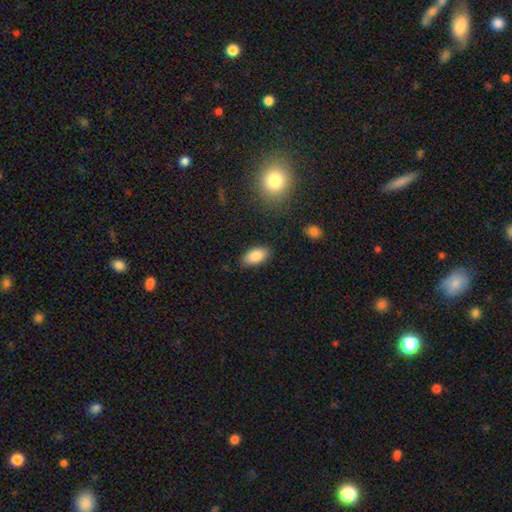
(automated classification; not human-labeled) Smooth or featured?
  - smooth: 86% *
  - star or artifact: 8%
  - featured or disk: 6%
How rounded?
  - in between: 93% *
  - round: 4%
  - cigar-shaped: 3%
Merging?
  - none: 85% *
  - minor disturbance: 11%
  - major disturbance: 3%
  - merger: 1%